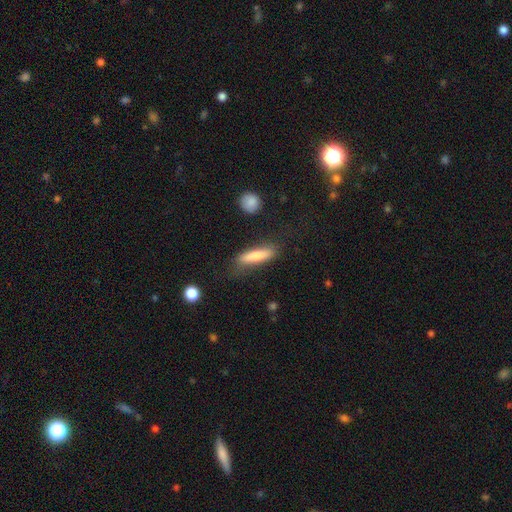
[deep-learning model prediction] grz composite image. It shows a smooth galaxy with no disk features (74%) that is cigar-shaped (74%). Merging: none (71%).